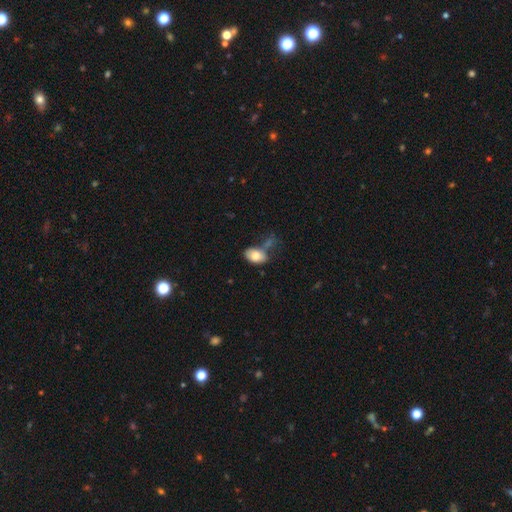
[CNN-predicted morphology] This is likely a smooth galaxy (79%). How rounded: clearly in between (89%). Merging: marginally none (39%).